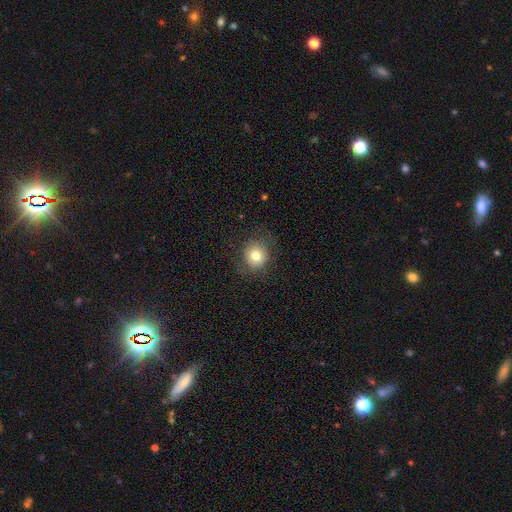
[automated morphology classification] Smooth or featured? smooth (76%)
How rounded? round (84%)
Merging? none (80%)